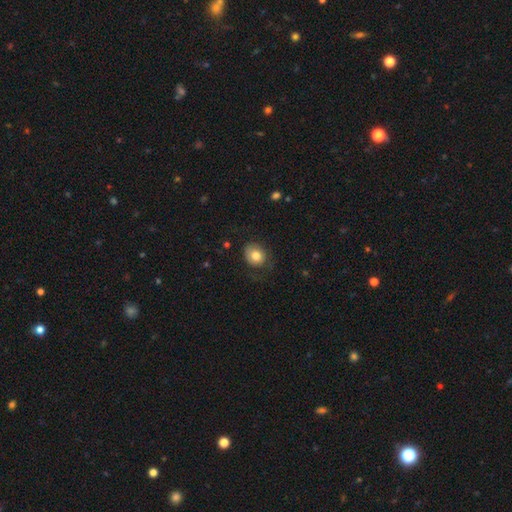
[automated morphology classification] This is likely a smooth galaxy (78%). How rounded: likely round (65%). Merging: likely none (66%).